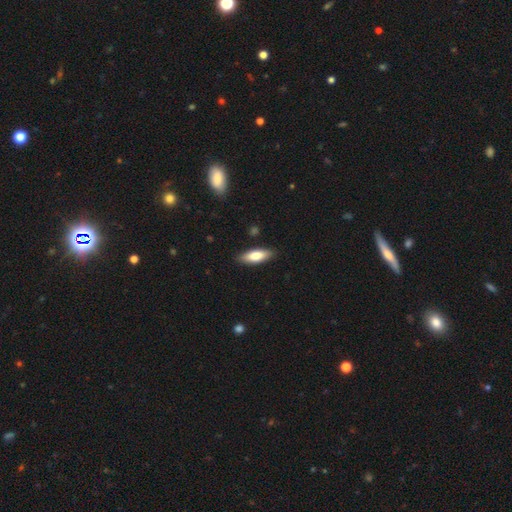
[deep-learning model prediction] Smooth or featured: smooth — 75% (featured or disk — 19%)
How rounded: in between — 61% (cigar-shaped — 37%)
Merging: none — 87% (minor disturbance — 9%)